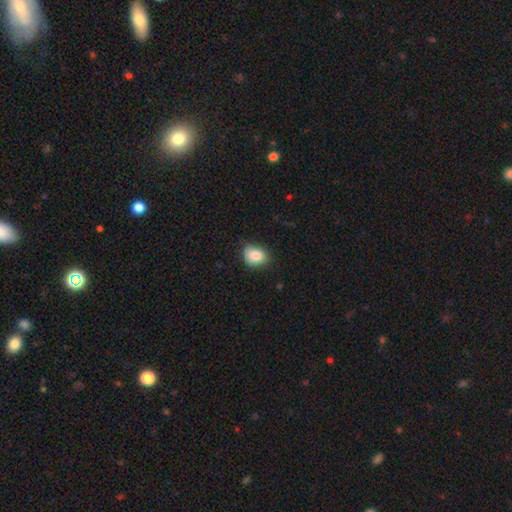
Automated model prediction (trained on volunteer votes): smooth 83%, star or artifact 9%, featured or disk 8%. Down the decision tree: how rounded — in between (53%); merging — none (70%).